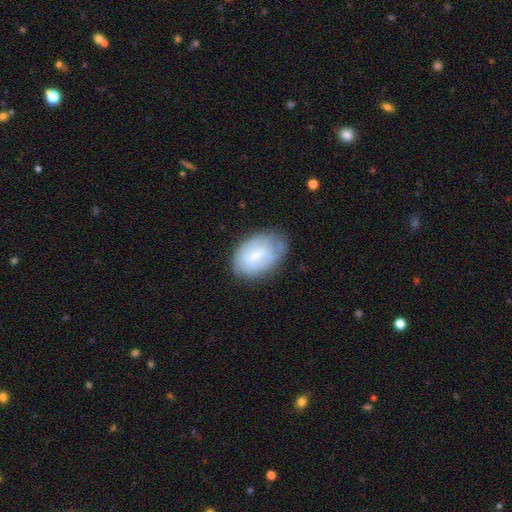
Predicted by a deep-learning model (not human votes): Morphology: type=smooth (46%, tied with featured or disk); merging=none (61%).